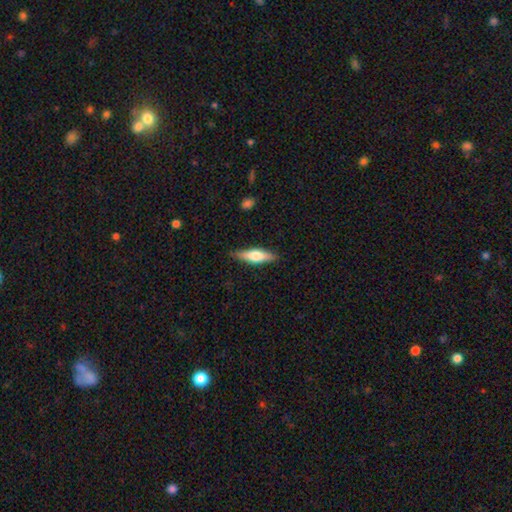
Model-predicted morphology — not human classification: smooth 54%, featured or disk 41%, star or artifact 6%. Down the decision tree: how rounded — cigar-shaped (60%); merging — none (86%).